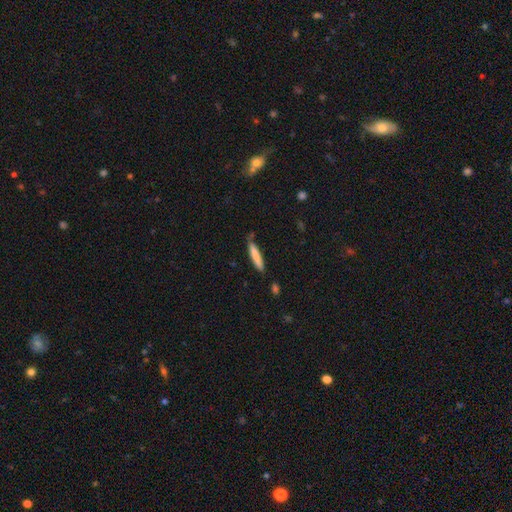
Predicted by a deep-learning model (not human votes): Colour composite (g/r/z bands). It shows a smooth galaxy with no disk features (79%) that is cigar-shaped (92%). Merging: none (77%).